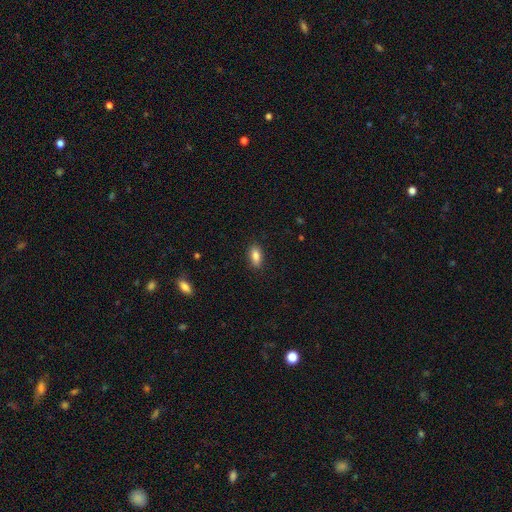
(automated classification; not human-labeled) A smooth galaxy with no disk features (83%) that is in between round and cigar-shaped (86%). Merging: none (85%).